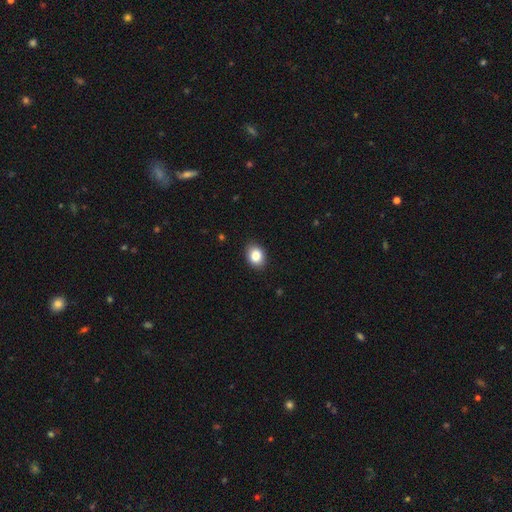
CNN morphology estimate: A smooth galaxy with no disk features (86%) that is in between round and cigar-shaped (67%).

Vote fractions:
- Smooth or featured? smooth: 86% / star or artifact: 9% / featured or disk: 6%
- How rounded? in between: 67% / round: 32% / cigar-shaped: 1%
- Merging? none: 88% / minor disturbance: 9% / major disturbance: 2% / merger: 1%